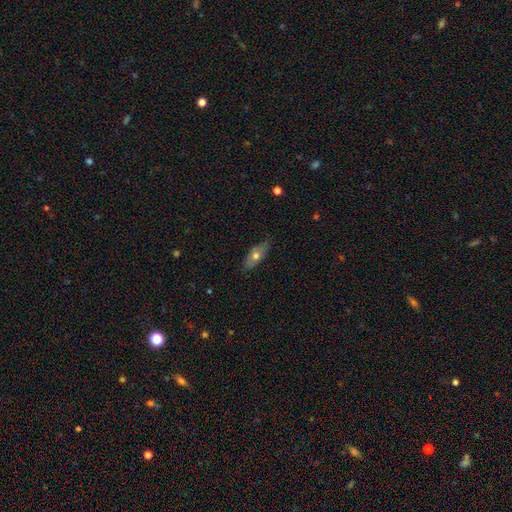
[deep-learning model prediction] smooth_or_featured: smooth (p=0.61) [alt: featured or disk p=0.32]
how_rounded: in between (p=0.75) [alt: cigar-shaped p=0.22]
merging: none (p=0.81) [alt: minor disturbance p=0.15]